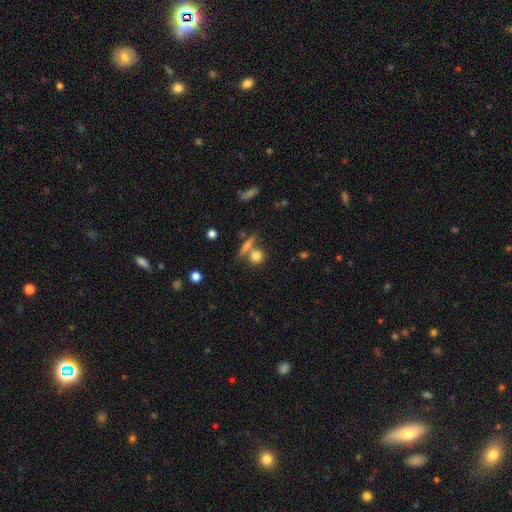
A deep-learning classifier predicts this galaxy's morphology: type=smooth (75%); roundness=round (77%); merging=none (60%).